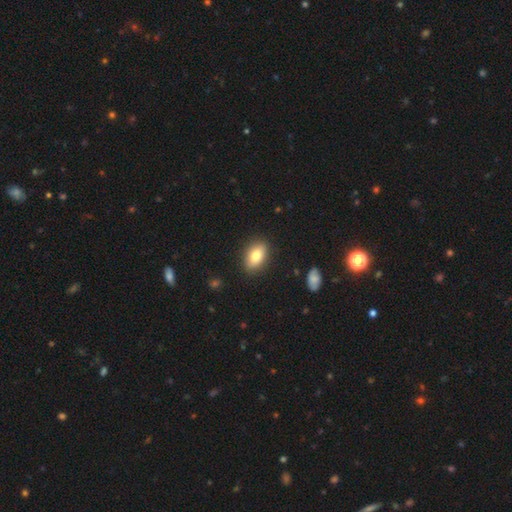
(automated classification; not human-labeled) Morphology: type=smooth (79%); roundness=in between (87%); merging=none (87%).